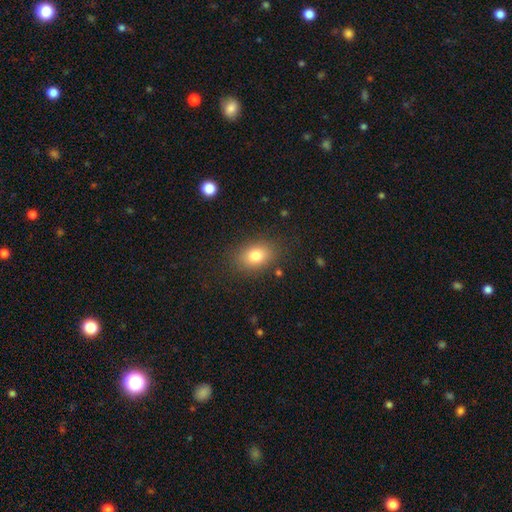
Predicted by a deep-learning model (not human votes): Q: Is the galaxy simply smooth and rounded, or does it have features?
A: smooth — 79%.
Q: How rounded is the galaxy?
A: in between — 69%.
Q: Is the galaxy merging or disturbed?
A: none — 84%.